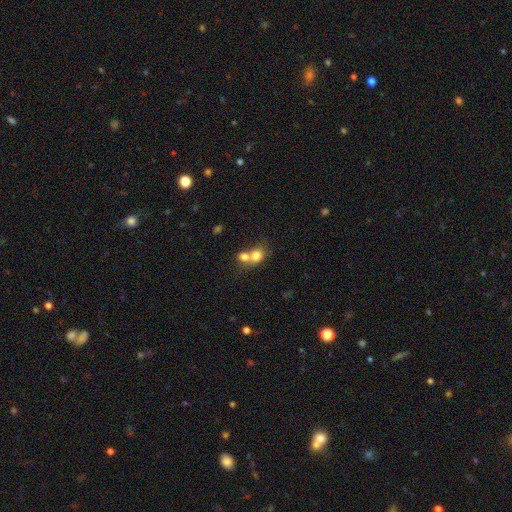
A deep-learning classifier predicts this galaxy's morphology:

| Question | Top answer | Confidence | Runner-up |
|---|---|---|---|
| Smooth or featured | smooth | 75% | featured or disk (15%) |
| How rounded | round | 66% | in between (33%) |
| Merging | merger | 66% | none (25%) |